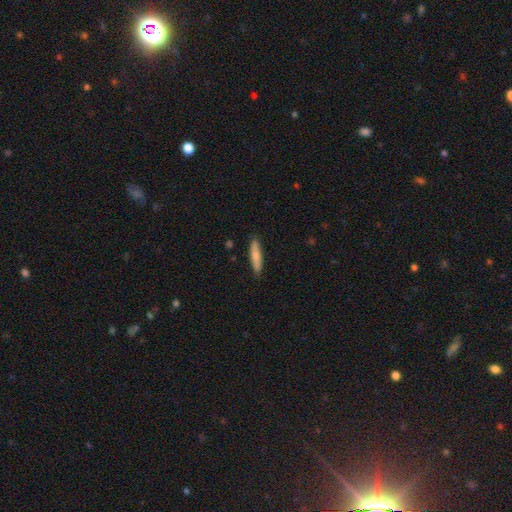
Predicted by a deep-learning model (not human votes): This appears to be a smooth galaxy with no disk features (73%) that is cigar-shaped (86%). Merging: none (88%).